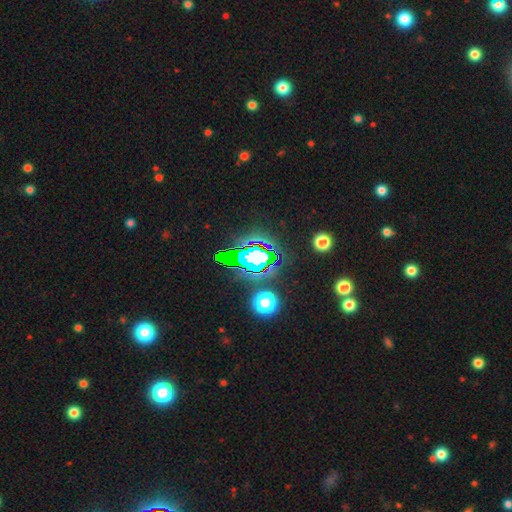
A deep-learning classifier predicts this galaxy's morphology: The model was most divided on "smooth or featured": star or artifact: 67%, smooth: 18%, featured or disk: 15%.